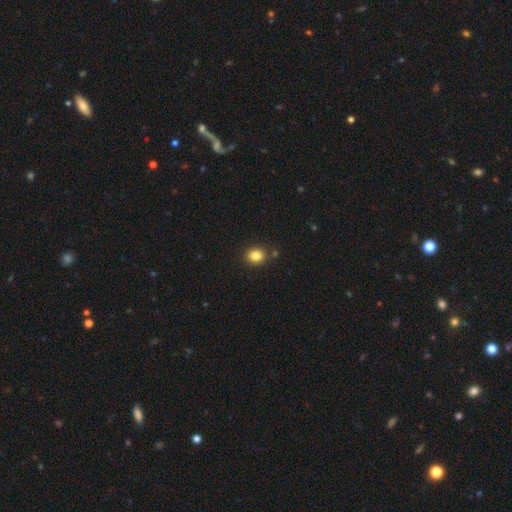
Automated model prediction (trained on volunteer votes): Morphology: type=smooth (84%); roundness=round (68%); merging=none (85%).